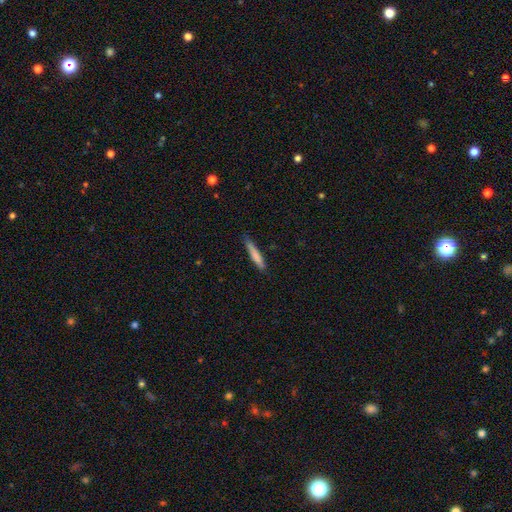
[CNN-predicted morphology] Smooth or featured: smooth — 76% (featured or disk — 18%)
How rounded: cigar-shaped — 93% (in between — 5%)
Merging: none — 81% (minor disturbance — 15%)